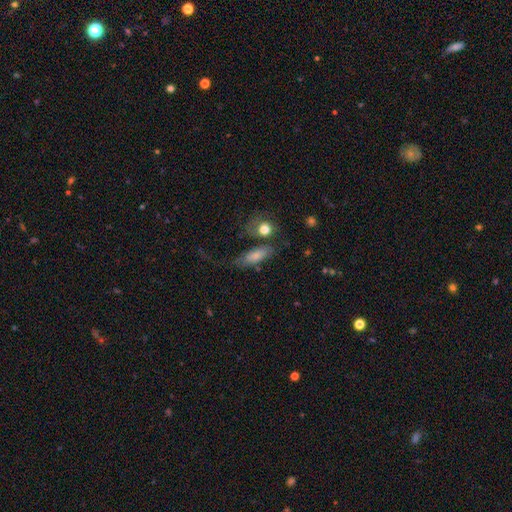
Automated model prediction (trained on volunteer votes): The model was most divided on "how rounded": in between: 63%, cigar-shaped: 30%, round: 6%. More confident: smooth or featured — smooth (75%); merging — none (58%).